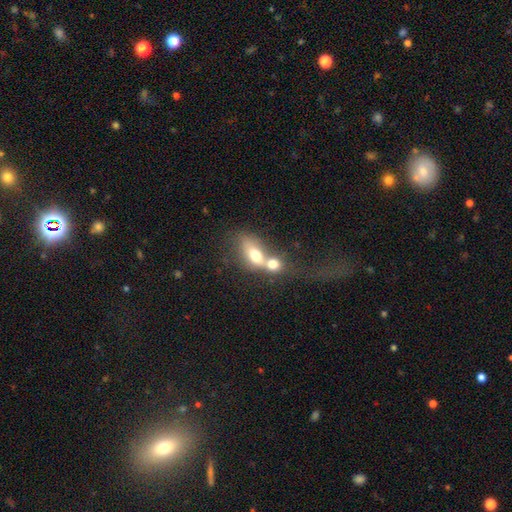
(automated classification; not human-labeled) Smooth or featured? smooth (67%)
How rounded? in between (69%)
Merging? merger (73%)